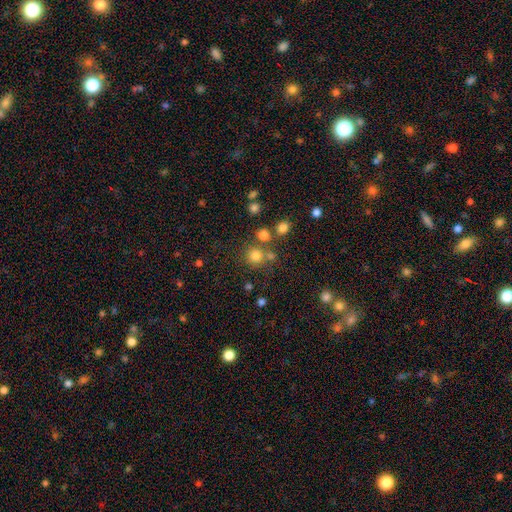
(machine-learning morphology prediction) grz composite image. It shows a smooth galaxy with no disk features (76%) that is round (91%). Merging: none (71%).